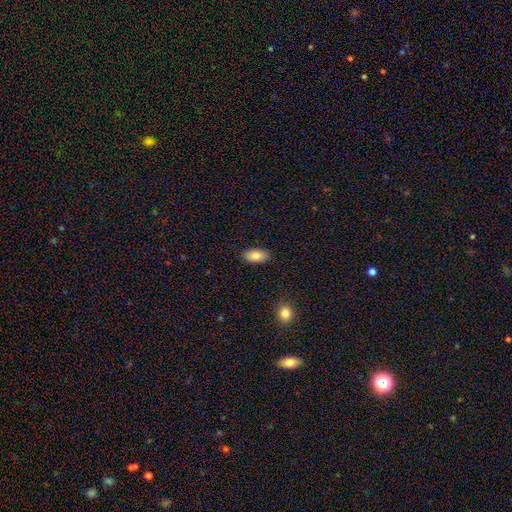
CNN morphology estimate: Q: Smooth or featured?
A: smooth (81%); runner-up: featured or disk (12%)
Q: How rounded?
A: in between (91%); runner-up: cigar-shaped (5%)
Q: Merging?
A: none (88%); runner-up: minor disturbance (9%)